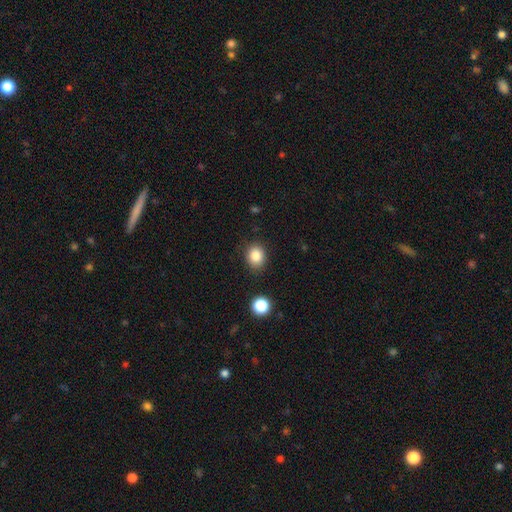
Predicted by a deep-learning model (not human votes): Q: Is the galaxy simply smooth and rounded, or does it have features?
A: smooth — 86%.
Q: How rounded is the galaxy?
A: round — 56%.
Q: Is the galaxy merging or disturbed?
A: none — 83%.